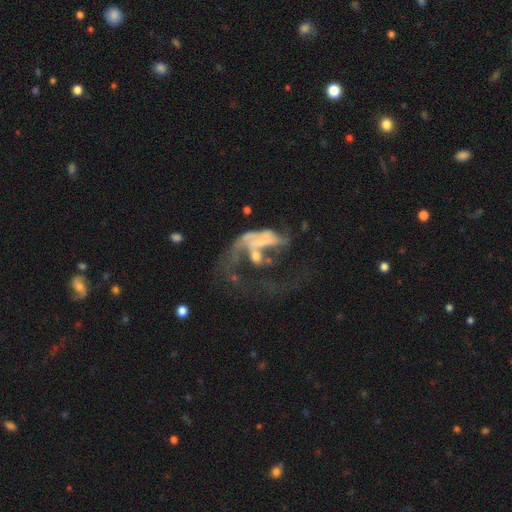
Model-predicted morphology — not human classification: A featured or disk galaxy (66%) with no bar (64%), spiral arms (53%) and a small central bulge (34%). Merging: merger (48%).